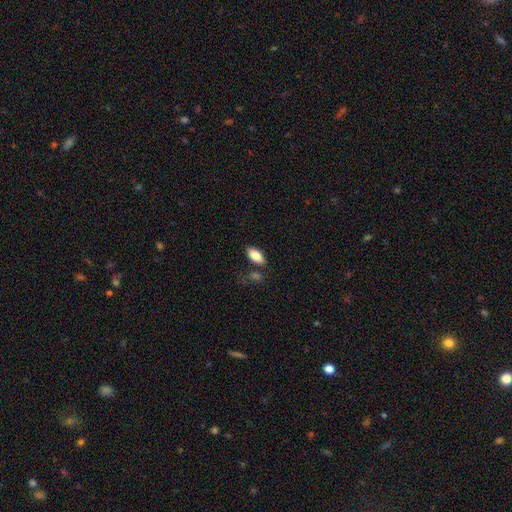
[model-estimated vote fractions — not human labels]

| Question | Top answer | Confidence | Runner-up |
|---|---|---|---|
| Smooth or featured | smooth | 84% | featured or disk (9%) |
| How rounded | in between | 92% | cigar-shaped (6%) |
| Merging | none | 77% | minor disturbance (13%) |